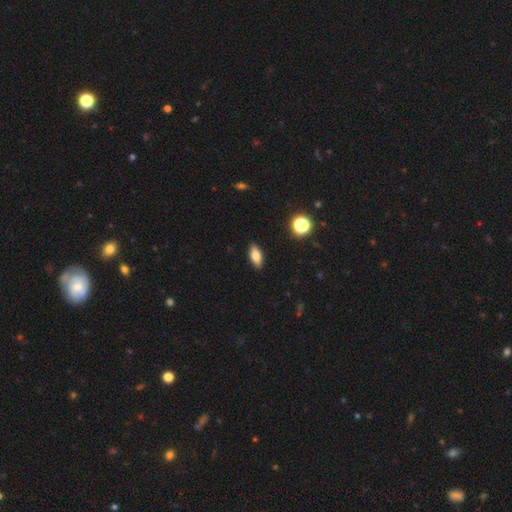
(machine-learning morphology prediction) The model was most divided on "smooth or featured": smooth: 76%, featured or disk: 16%, star or artifact: 9%. More confident: merging — none (90%); how rounded — in between (81%).